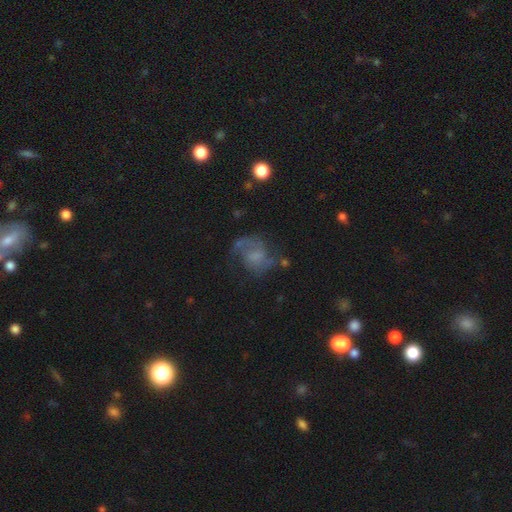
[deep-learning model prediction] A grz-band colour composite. It shows a featured or disk galaxy (64%) with no bar (57%), 2 (71%) medium (46%) spiral arms (85%) and no central bulge (45%). Merging: none (51%).